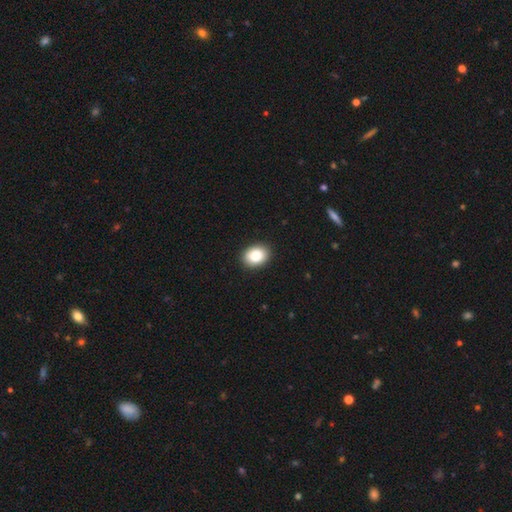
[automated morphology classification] This appears to be a smooth galaxy with no disk features (86%) that is in between round and cigar-shaped (66%). Merging: none (90%).